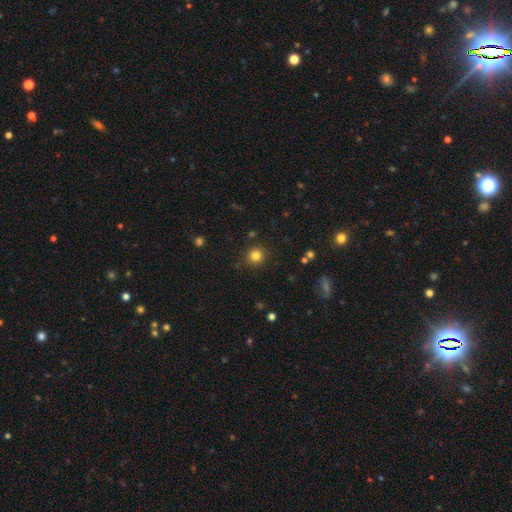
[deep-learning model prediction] This appears to be a smooth galaxy with no disk features (81%) that is round (93%). Merging: none (89%).